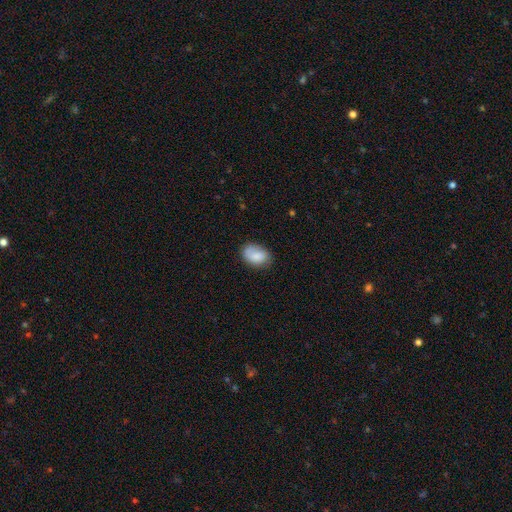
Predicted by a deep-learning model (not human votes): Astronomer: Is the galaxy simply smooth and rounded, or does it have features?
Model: smooth — 82%.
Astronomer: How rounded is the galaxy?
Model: in between — 83%.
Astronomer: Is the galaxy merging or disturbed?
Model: none — 69%.